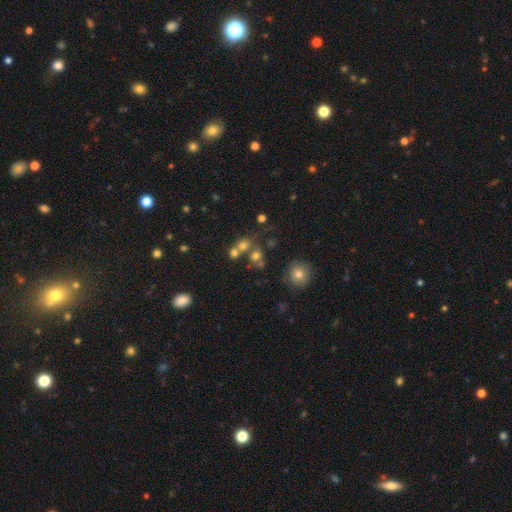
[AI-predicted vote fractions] A smooth galaxy with no disk features (64%) that is round (75%).

Vote fractions:
- Smooth or featured? smooth: 64% / star or artifact: 20% / featured or disk: 16%
- How rounded? round: 75% / in between: 24% / cigar-shaped: 1%
- Merging? none: 43% / merger: 41% / minor disturbance: 9% / major disturbance: 7%